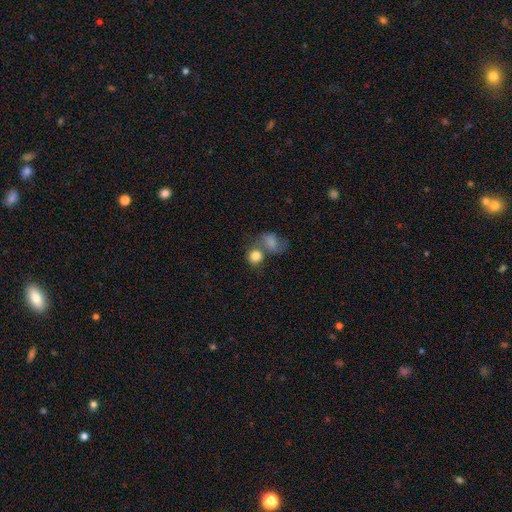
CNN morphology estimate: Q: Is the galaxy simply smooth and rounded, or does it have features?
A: smooth — 81%.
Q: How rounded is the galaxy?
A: round — 76%.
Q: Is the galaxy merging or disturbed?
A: merger — 43%.